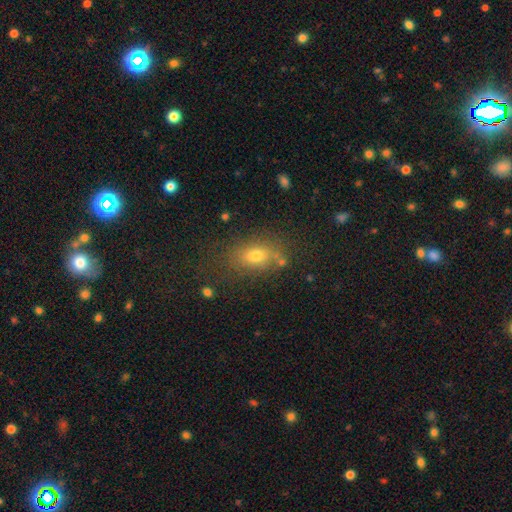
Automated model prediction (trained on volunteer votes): smooth 72%, star or artifact 14%, featured or disk 14%. Down the decision tree: how rounded — in between (77%); merging — none (72%).